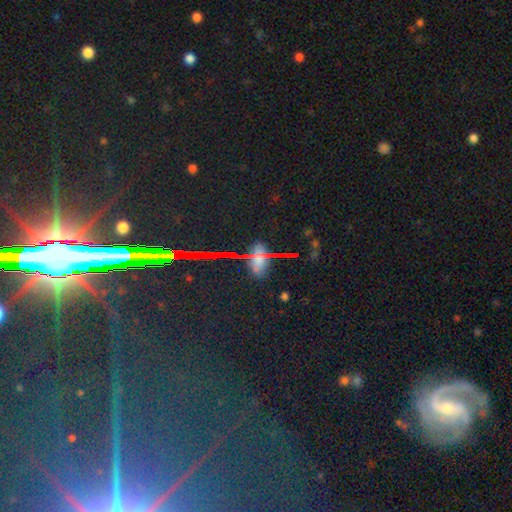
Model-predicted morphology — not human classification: smooth_or_featured: star or artifact (p=0.65) [alt: featured or disk p=0.22]